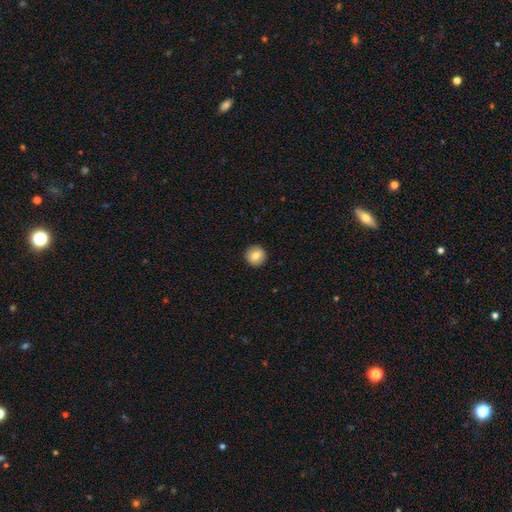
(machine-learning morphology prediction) Overall: smooth (81%). How rounded: round (95%). Merging: none (93%).